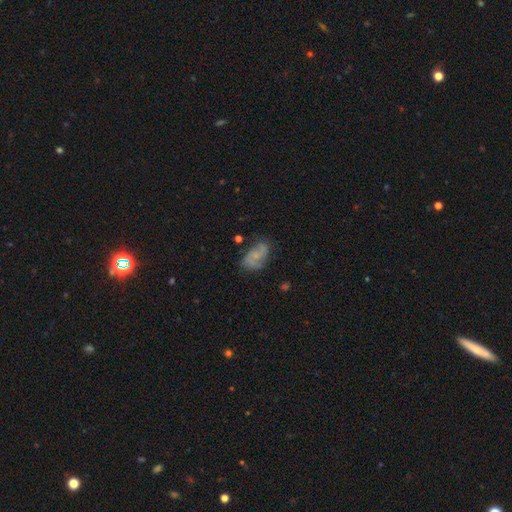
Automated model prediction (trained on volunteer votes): This is possibly a featured or disk galaxy (58%). It is clearly not viewed edge-on (97%). Bar: likely no (68%). Spiral arm pattern: clearly yes (82%). Central bulge: likely small (60%). Merging: possibly none (60%).